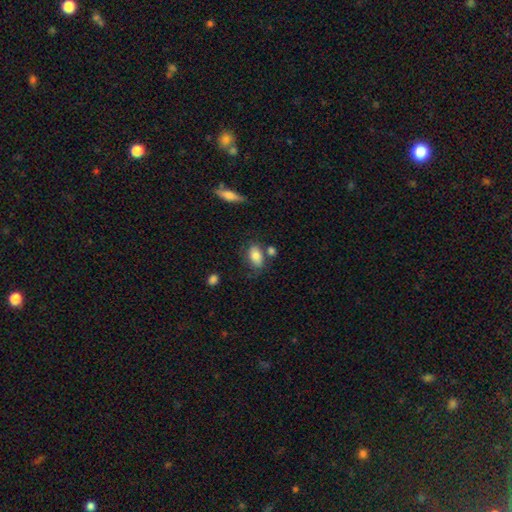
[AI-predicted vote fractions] This appears to be a smooth galaxy with no disk features (79%) that is in between round and cigar-shaped (88%). Merging: none (59%).